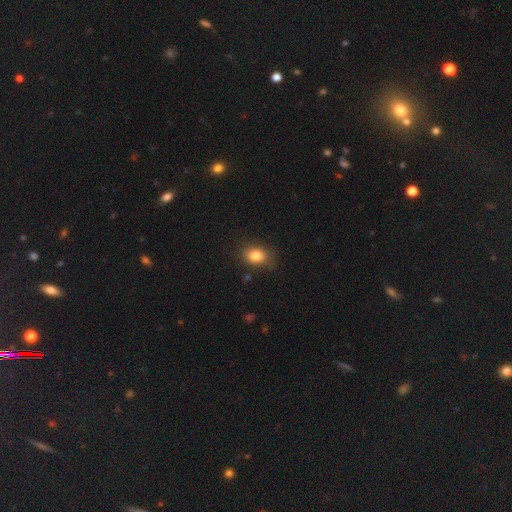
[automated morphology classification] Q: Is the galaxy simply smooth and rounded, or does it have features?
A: smooth — 83%.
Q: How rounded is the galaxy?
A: in between — 70%.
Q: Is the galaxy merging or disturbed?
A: none — 80%.